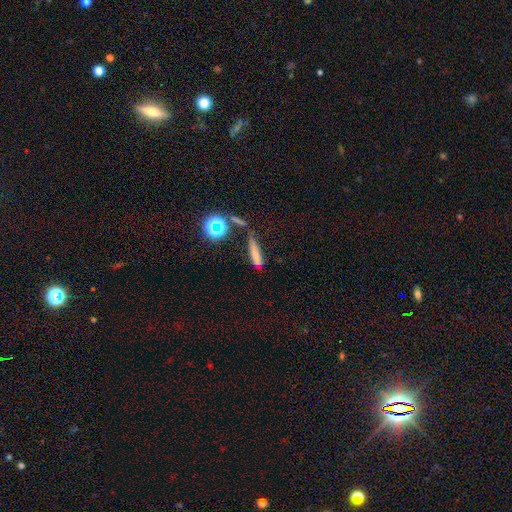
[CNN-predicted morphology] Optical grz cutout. It shows a smooth galaxy with no disk features (67%) that is cigar-shaped (79%). Merging: none (58%).